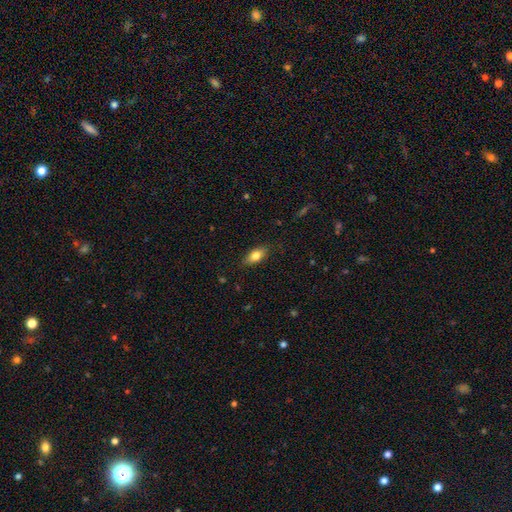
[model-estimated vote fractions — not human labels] Smooth or featured? smooth (78%)
How rounded? in between (84%)
Merging? none (84%)